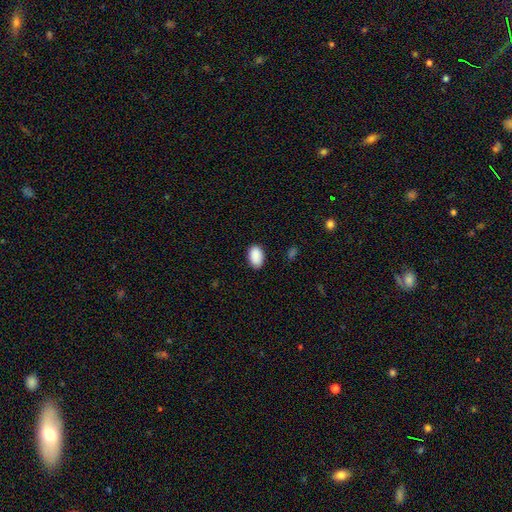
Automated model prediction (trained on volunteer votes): Smooth or featured? Predicted: smooth (p=0.90). How rounded? Predicted: in between (p=0.91). Merging? Predicted: none (p=0.85).